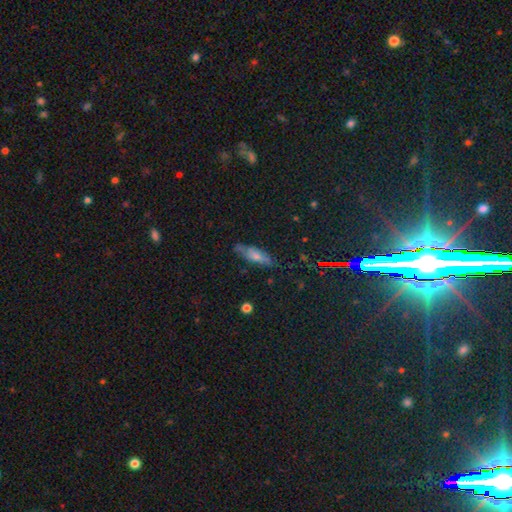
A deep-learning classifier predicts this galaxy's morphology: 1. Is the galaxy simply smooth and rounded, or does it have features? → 57% smooth, 32% featured or disk, 11% star or artifact.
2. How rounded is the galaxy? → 50% cigar-shaped, 47% in between, 3% round.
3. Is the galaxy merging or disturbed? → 69% none, 23% minor disturbance, 6% major disturbance, 3% merger.